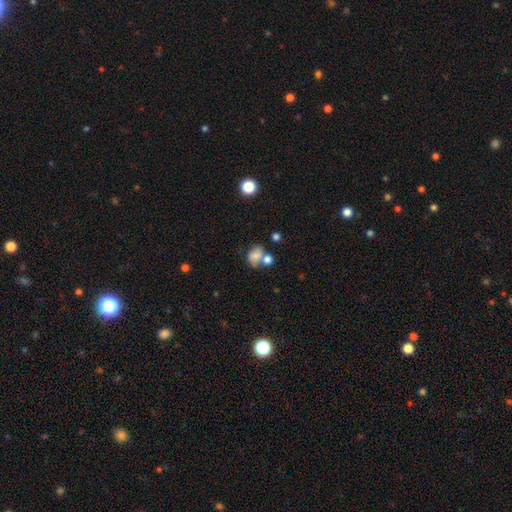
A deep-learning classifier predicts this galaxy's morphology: A smooth galaxy with no disk features (68%) that is in between round and cigar-shaped (53%).

Vote fractions:
- Smooth or featured? smooth: 68% / featured or disk: 20% / star or artifact: 11%
- How rounded? in between: 53% / round: 46% / cigar-shaped: 1%
- Merging? merger: 42% / none: 32% / minor disturbance: 16% / major disturbance: 9%